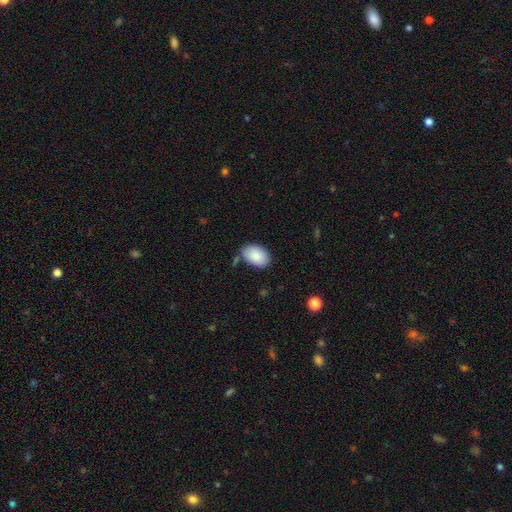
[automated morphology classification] Smooth or featured: smooth — 89% (star or artifact — 6%)
How rounded: in between — 91% (round — 7%)
Merging: none — 75% (minor disturbance — 16%)